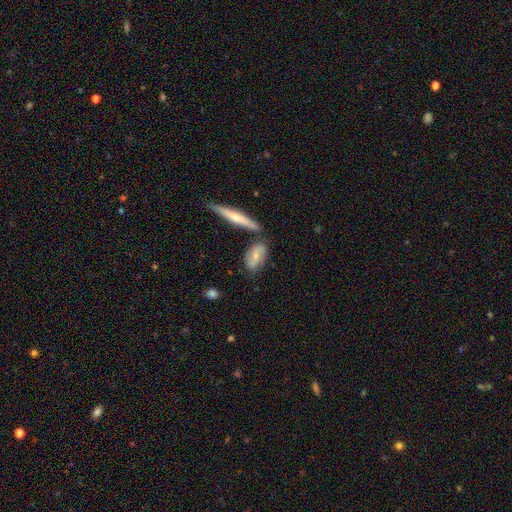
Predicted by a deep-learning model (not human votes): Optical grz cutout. It shows a featured or disk galaxy (48%). Merging: none (63%).